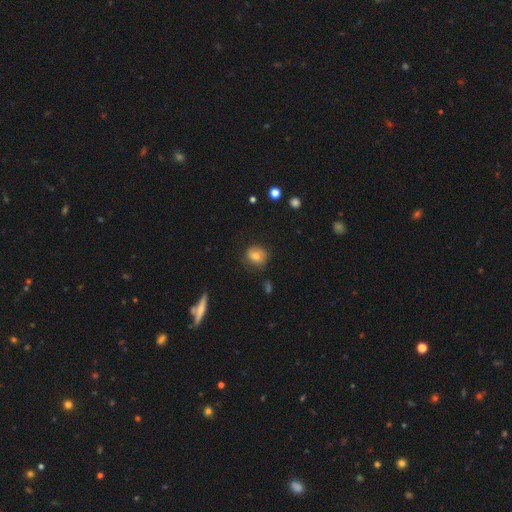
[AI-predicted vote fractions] smooth 75%, featured or disk 15%, star or artifact 10%. Down the decision tree: how rounded — round (71%); merging — none (74%).